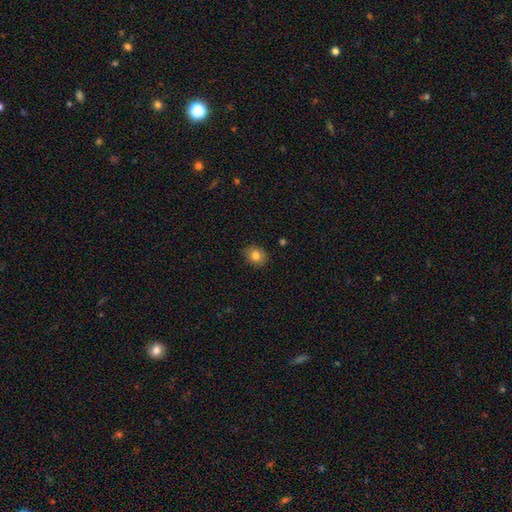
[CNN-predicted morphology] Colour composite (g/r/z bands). It shows a smooth galaxy with no disk features (81%) that is round (65%). Merging: none (85%).